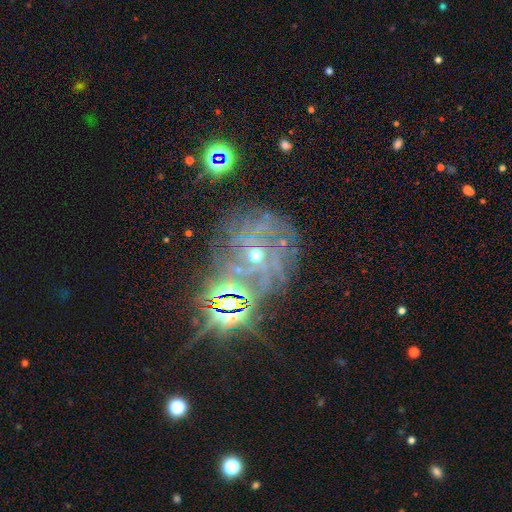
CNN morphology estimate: smooth_or_featured: featured or disk (p=0.51) [alt: star or artifact p=0.38]
disk_edge_on: no (p=0.95) [alt: yes p=0.05]
merging: none (p=0.68) [alt: minor disturbance p=0.15]